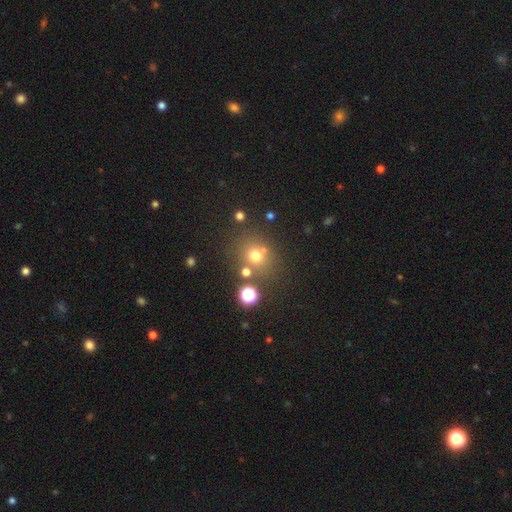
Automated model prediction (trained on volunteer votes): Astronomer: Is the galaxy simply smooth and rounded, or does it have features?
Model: smooth — 68%.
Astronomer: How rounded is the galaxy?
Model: round — 81%.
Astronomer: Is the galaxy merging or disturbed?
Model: none — 72%.